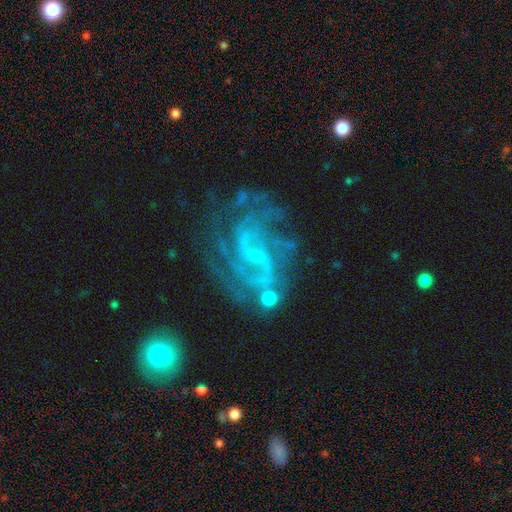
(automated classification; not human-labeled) A featured or disk galaxy (88%) with a weak bar (46%), 2 (40%) medium (48%) spiral arms (96%) and a small central bulge (76%). Merging: none (60%).